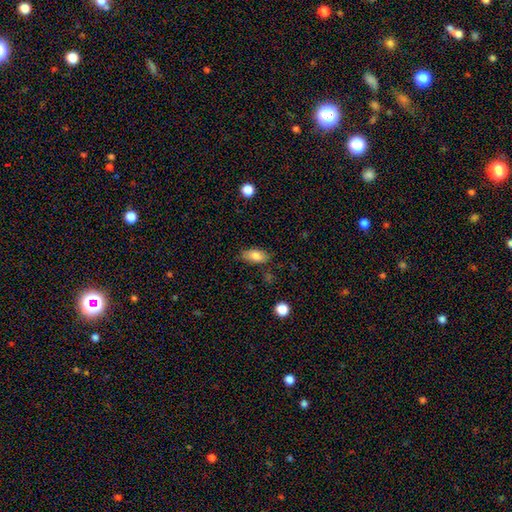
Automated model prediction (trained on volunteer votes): smooth 82%, featured or disk 10%, star or artifact 8%. Down the decision tree: how rounded — in between (87%); merging — none (80%).